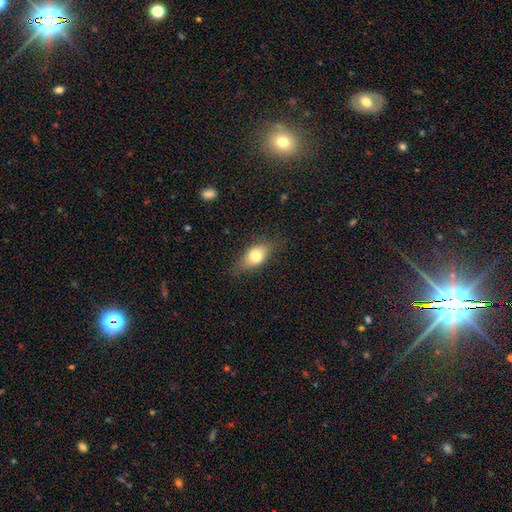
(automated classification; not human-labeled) This appears to be a smooth galaxy with no disk features (73%) that is in between round and cigar-shaped (79%). Merging: none (73%).